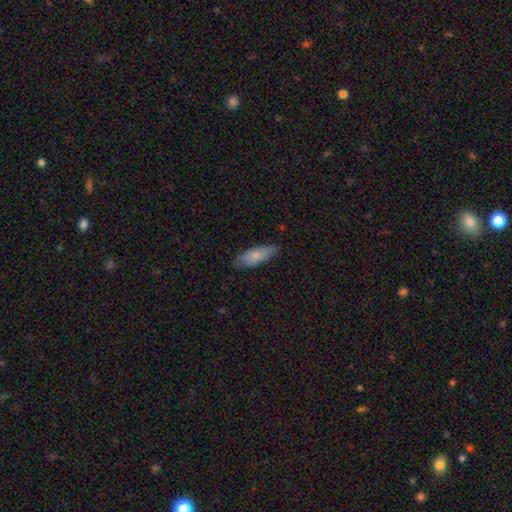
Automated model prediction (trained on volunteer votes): smooth 75%, featured or disk 19%, star or artifact 6%. Down the decision tree: how rounded — in between (69%); merging — none (80%).